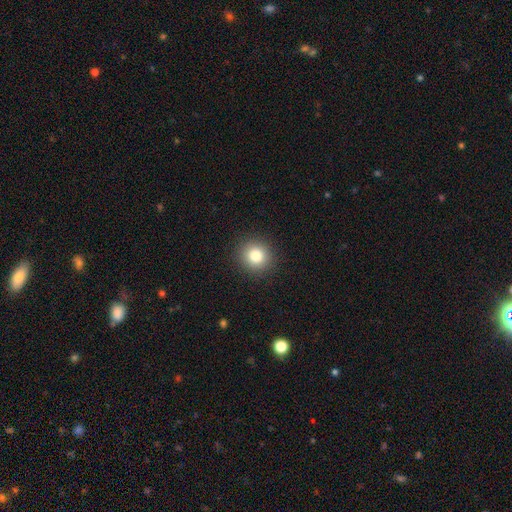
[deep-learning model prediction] Morphology: type=smooth (83%); roundness=round (89%); merging=none (91%).